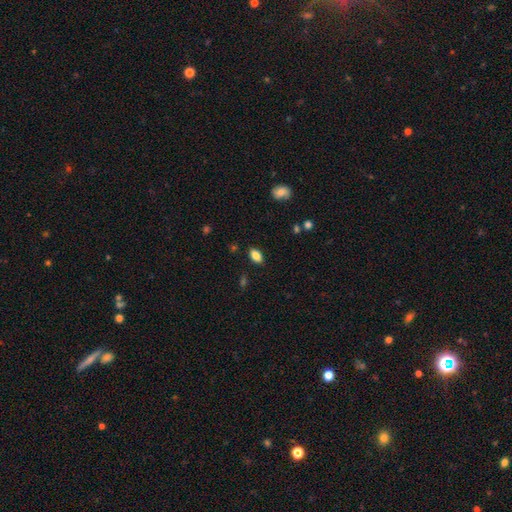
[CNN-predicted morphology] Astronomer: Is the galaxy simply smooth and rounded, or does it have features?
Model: smooth — 83%.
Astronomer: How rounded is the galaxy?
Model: in between — 90%.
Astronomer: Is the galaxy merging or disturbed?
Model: none — 87%.